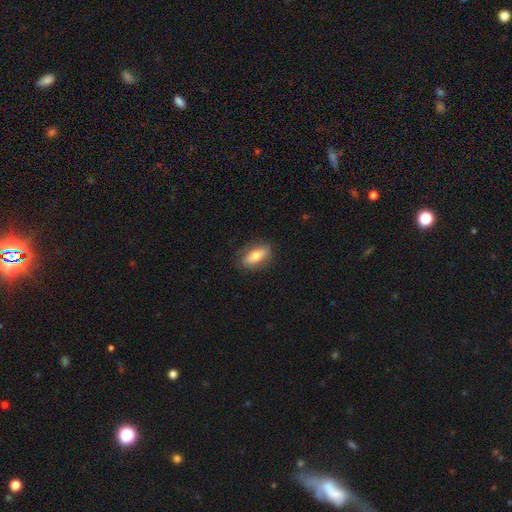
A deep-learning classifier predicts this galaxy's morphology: Smooth or featured: smooth — 67% (featured or disk — 26%)
How rounded: in between — 86% (cigar-shaped — 8%)
Merging: none — 79% (minor disturbance — 15%)